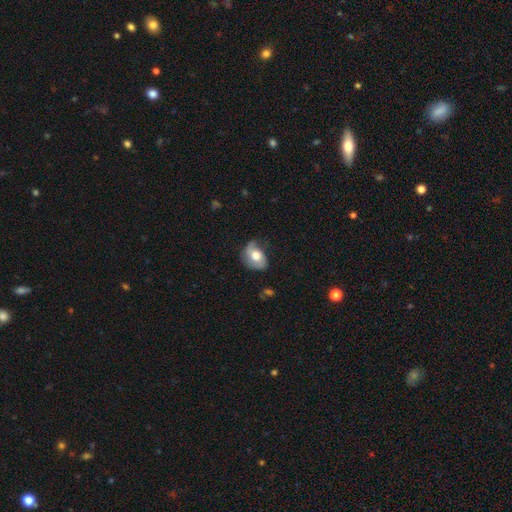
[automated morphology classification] type=smooth (57%); roundness=in between (70%); merging=none (44%).